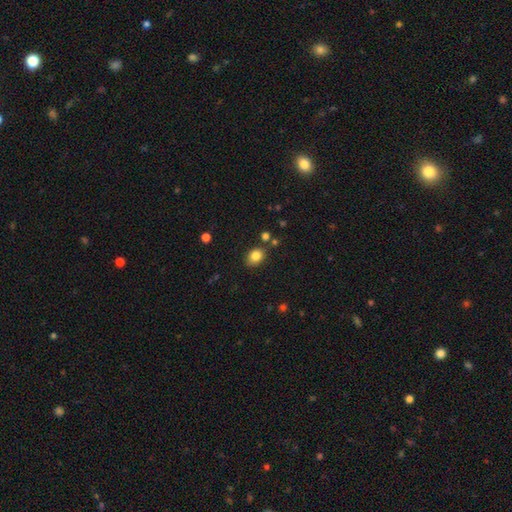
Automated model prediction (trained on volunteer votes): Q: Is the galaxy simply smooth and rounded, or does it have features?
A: smooth — 83%.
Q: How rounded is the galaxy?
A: in between — 63%.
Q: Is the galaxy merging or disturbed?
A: none — 79%.